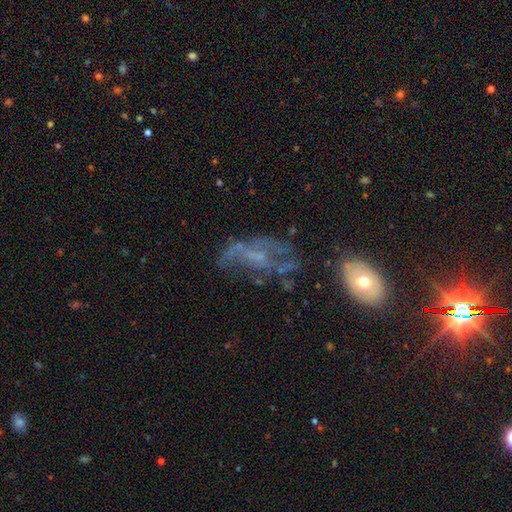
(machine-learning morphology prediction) Smooth or featured: featured or disk — 61% (smooth — 21%)
Edge-on disk: no — 93% (yes — 7%)
Bar: no — 69% (weak — 24%)
Spiral arms: no — 59% (yes — 41%)
Bulge size: small — 43% (none — 37%)
Merging: major disturbance — 37% (none — 35%)